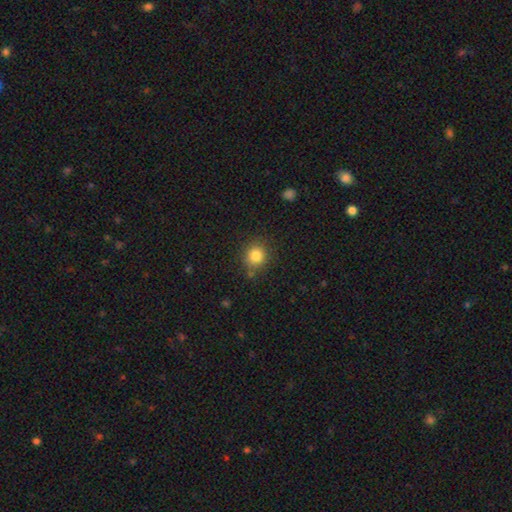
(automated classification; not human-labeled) Q: Smooth or featured?
A: smooth (83%); runner-up: star or artifact (11%)
Q: How rounded?
A: round (85%); runner-up: in between (14%)
Q: Merging?
A: none (81%); runner-up: minor disturbance (12%)